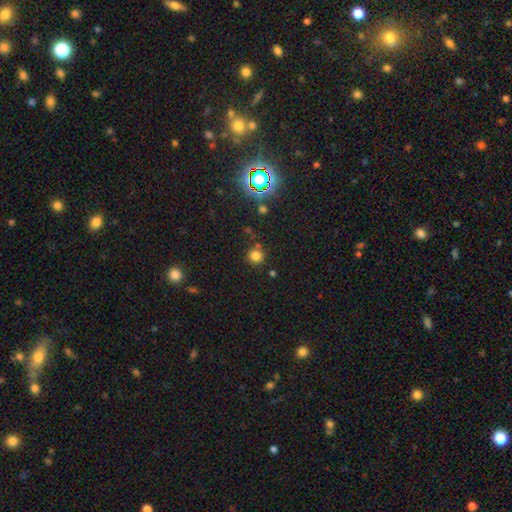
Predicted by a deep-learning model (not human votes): A smooth galaxy with no disk features (76%) that is round (91%).

Vote fractions:
- Smooth or featured? smooth: 76% / star or artifact: 18% / featured or disk: 5%
- How rounded? round: 91% / in between: 8% / cigar-shaped: 1%
- Merging? none: 80% / minor disturbance: 10% / merger: 7% / major disturbance: 3%